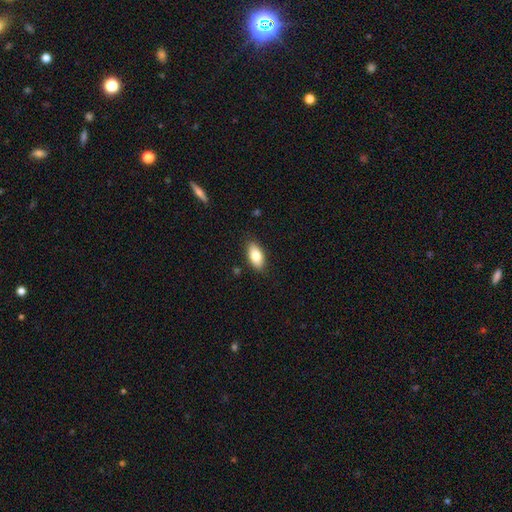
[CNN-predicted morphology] Smooth or featured? smooth (79%)
How rounded? in between (89%)
Merging? none (86%)